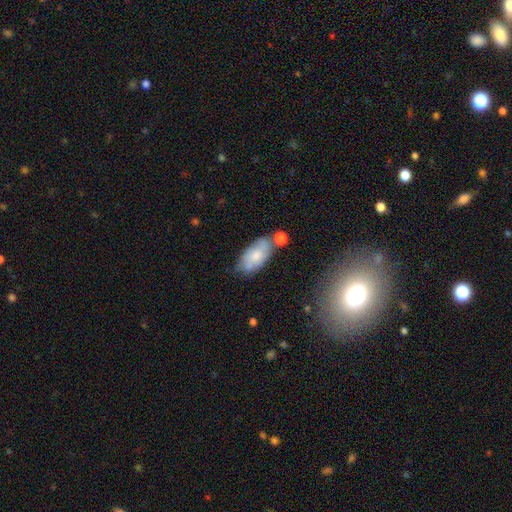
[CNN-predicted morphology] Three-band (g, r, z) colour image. It shows a smooth galaxy with no disk features (56%) that is in between round and cigar-shaped (90%). Merging: none (56%).